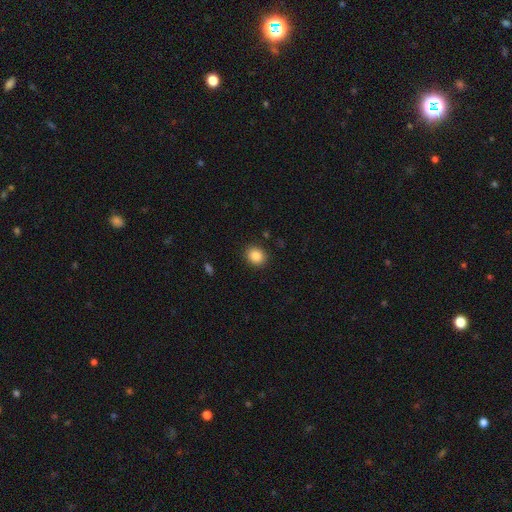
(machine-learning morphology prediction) A smooth galaxy with no disk features (87%) that is round (67%).

Vote fractions:
- Smooth or featured? smooth: 87% / star or artifact: 9% / featured or disk: 4%
- How rounded? round: 67% / in between: 32% / cigar-shaped: 1%
- Merging? none: 90% / minor disturbance: 7% / major disturbance: 2% / merger: 1%